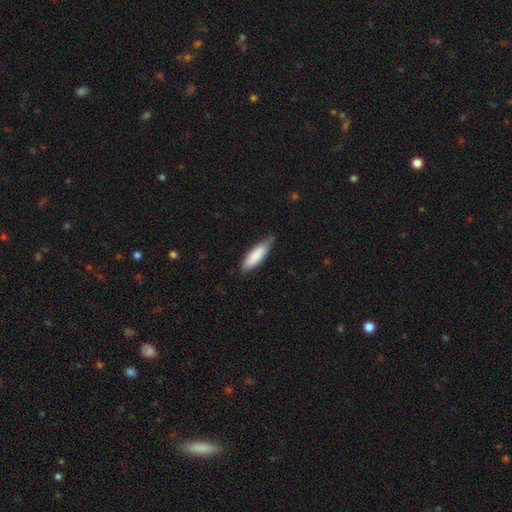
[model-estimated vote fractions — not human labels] smooth 85%, featured or disk 10%, star or artifact 5%. Down the decision tree: how rounded — cigar-shaped (52%); merging — none (71%).